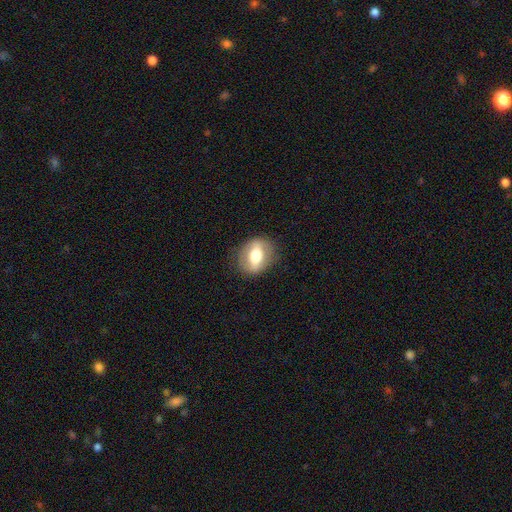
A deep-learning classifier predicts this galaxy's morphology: A smooth galaxy with no disk features (51%) that is in between round and cigar-shaped (61%). Merging: none (83%).